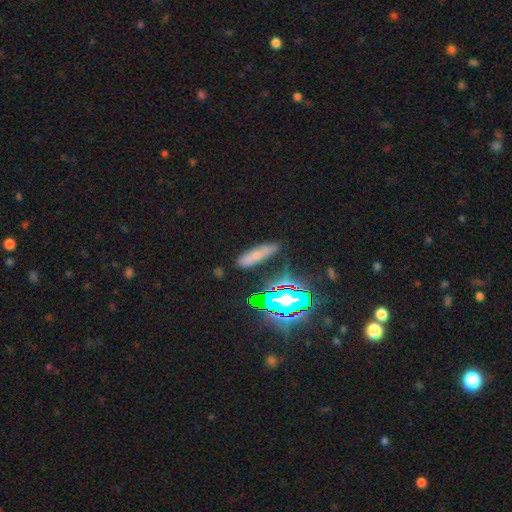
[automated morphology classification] smooth_or_featured: smooth (p=0.54) [alt: star or artifact p=0.25]
how_rounded: cigar-shaped (p=0.64) [alt: in between p=0.32]
merging: none (p=0.75) [alt: minor disturbance p=0.16]